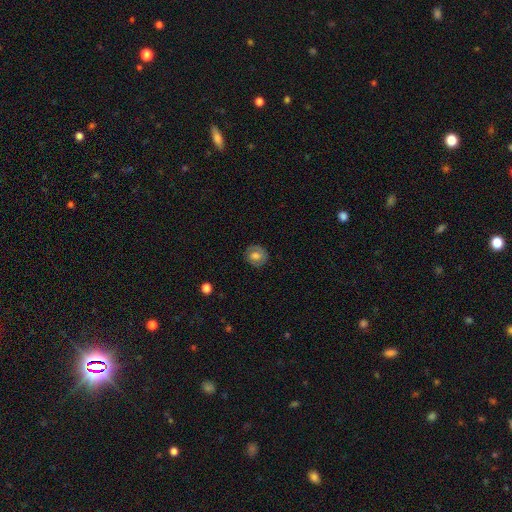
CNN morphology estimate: A smooth galaxy with no disk features (54%) that is round (75%). Merging: none (79%).